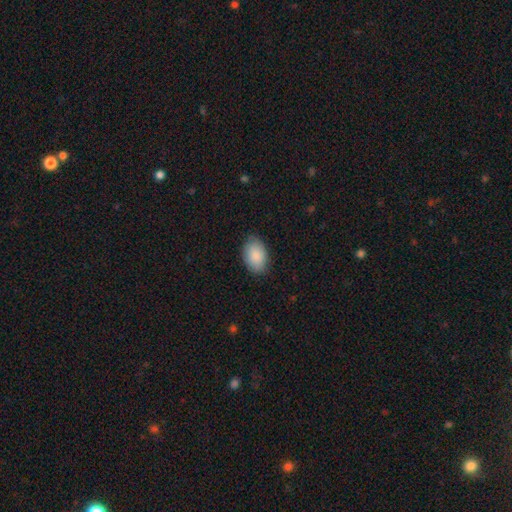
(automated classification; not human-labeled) Overall: smooth (89%). How rounded: in between (90%). Merging: none (84%).